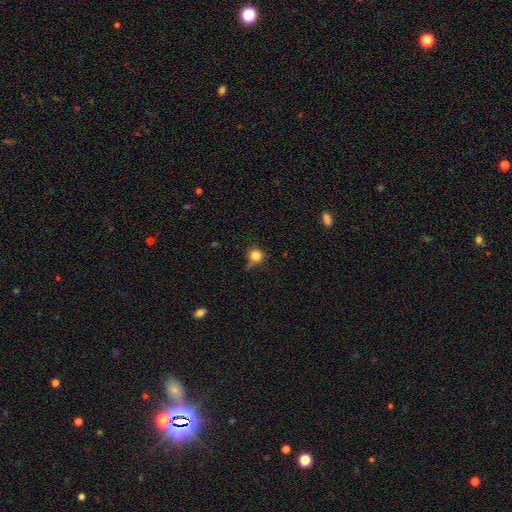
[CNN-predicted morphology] smooth-or-featured: smooth: 82% | star or artifact: 12% | featured or disk: 6%
  how-rounded: round: 92% | in between: 7% | cigar-shaped: 1%
  merging: none: 64% | minor disturbance: 25% | major disturbance: 7% | merger: 4%